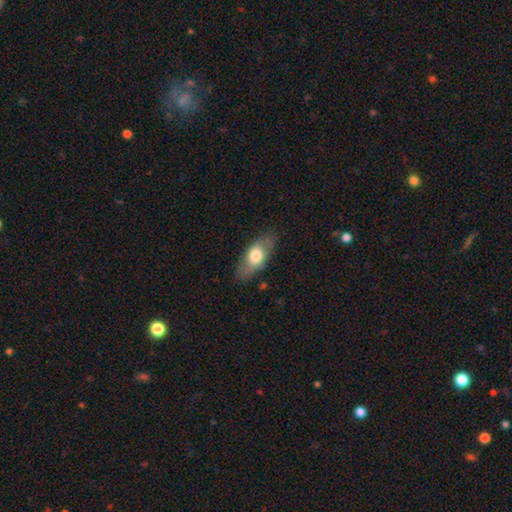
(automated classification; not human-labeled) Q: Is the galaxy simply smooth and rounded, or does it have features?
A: smooth — 63%.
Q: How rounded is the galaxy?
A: in between — 82%.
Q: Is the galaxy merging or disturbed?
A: none — 81%.